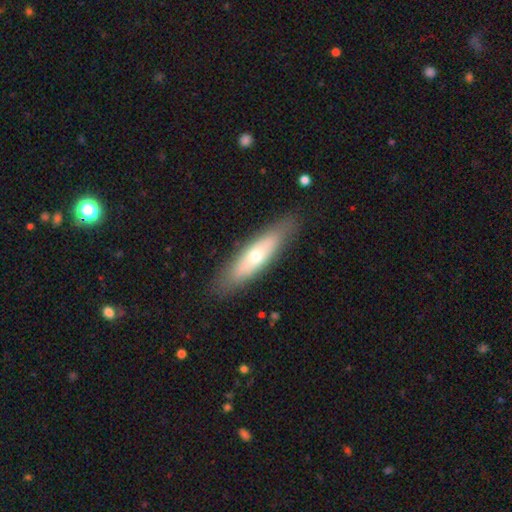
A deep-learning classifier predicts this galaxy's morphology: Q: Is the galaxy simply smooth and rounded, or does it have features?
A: smooth — 53%.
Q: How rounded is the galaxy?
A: cigar-shaped — 67%.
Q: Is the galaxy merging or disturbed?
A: none — 85%.